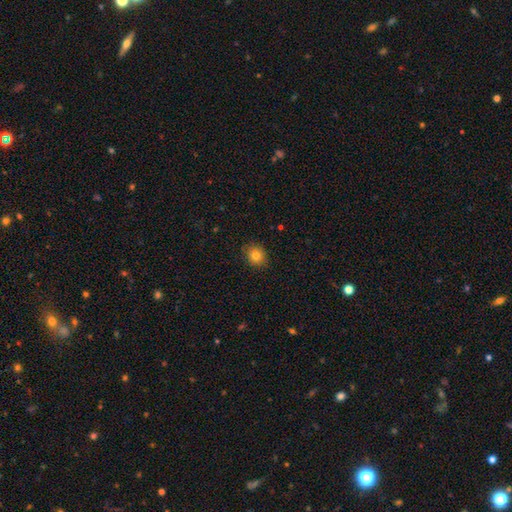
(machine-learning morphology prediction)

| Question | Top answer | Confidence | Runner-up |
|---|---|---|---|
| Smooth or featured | smooth | 81% | star or artifact (11%) |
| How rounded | round | 73% | in between (26%) |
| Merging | none | 86% | minor disturbance (10%) |